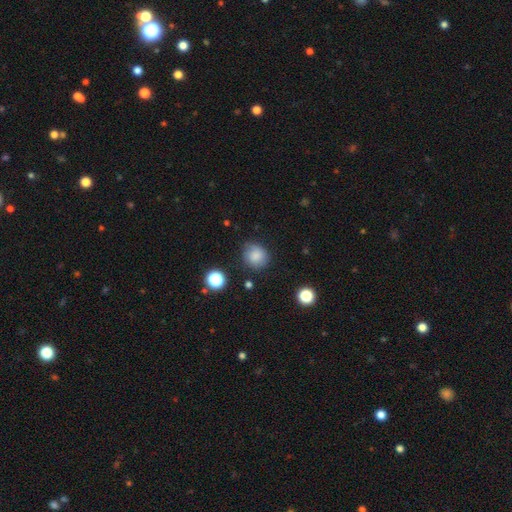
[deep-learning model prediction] Smooth or featured: smooth — 84% (star or artifact — 11%)
How rounded: round — 83% (in between — 16%)
Merging: none — 80% (minor disturbance — 14%)